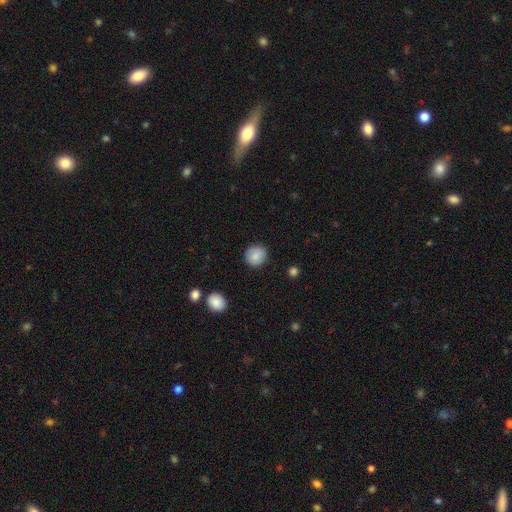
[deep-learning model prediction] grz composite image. It shows a smooth galaxy with no disk features (83%) that is round (89%). Merging: none (87%).